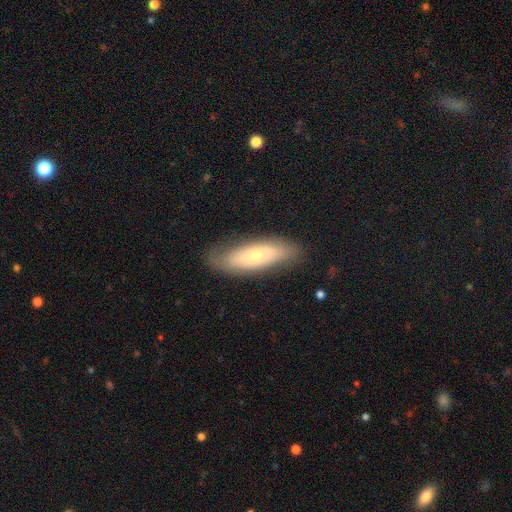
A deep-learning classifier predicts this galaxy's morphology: Smooth or featured?
  - smooth: 53% *
  - featured or disk: 41%
  - star or artifact: 6%
How rounded?
  - in between: 56% *
  - cigar-shaped: 42%
  - round: 2%
Merging?
  - none: 76% *
  - minor disturbance: 17%
  - major disturbance: 5%
  - merger: 1%